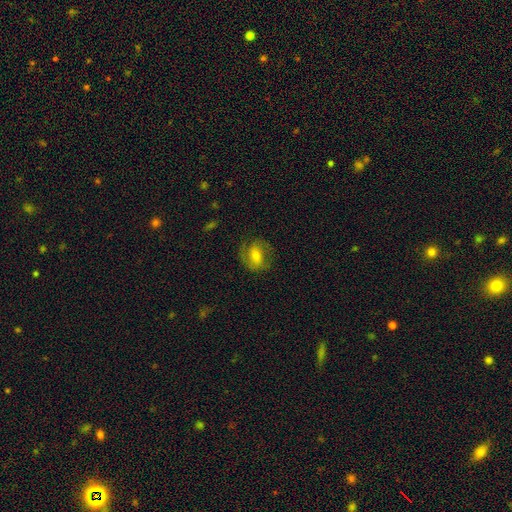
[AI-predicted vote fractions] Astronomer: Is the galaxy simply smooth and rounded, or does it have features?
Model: featured or disk — 51% (runner-up: smooth, 41%).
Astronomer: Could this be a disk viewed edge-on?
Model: no — 95%.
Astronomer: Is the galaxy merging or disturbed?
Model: none — 71%.